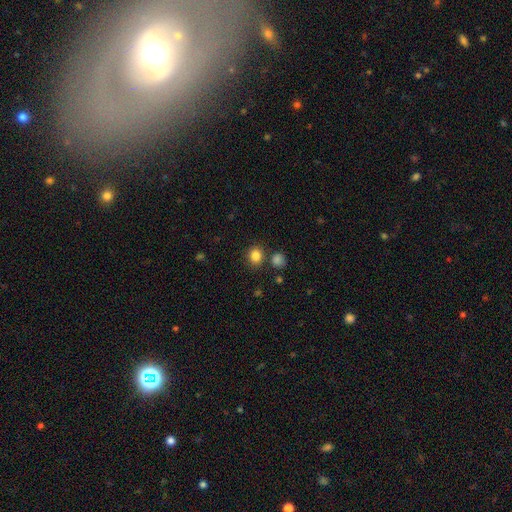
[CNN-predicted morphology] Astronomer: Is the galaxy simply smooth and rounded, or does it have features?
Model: smooth — 85%.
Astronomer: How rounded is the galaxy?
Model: round — 80%.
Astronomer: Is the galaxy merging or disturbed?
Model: none — 79%.